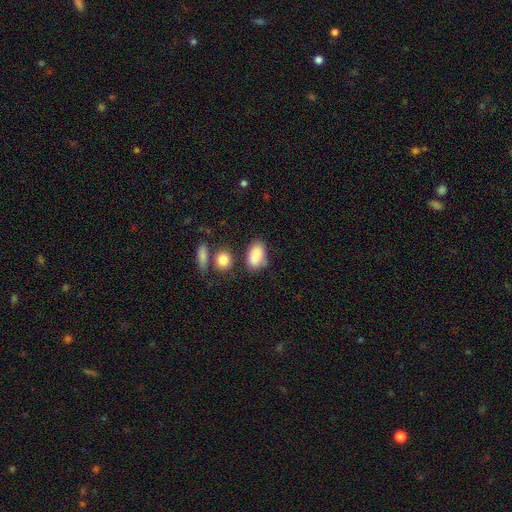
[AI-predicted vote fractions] The model was most divided on "merging": none: 67%, minor disturbance: 19%, merger: 9%, major disturbance: 6%. More confident: how rounded — in between (92%); smooth or featured — smooth (87%).